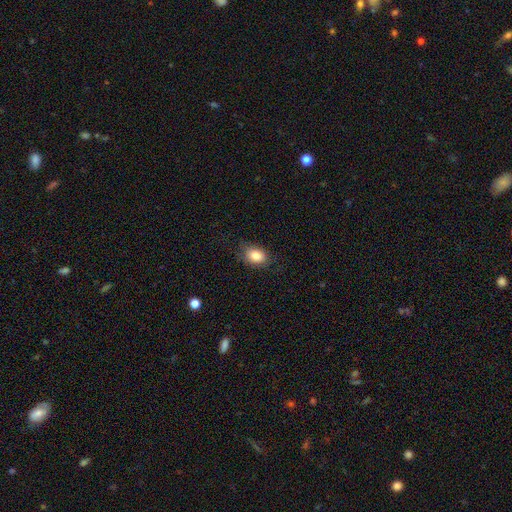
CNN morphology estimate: smooth_or_featured: smooth (p=0.84) [alt: star or artifact p=0.09]
how_rounded: in between (p=0.77) [alt: round p=0.22]
merging: none (p=0.77) [alt: minor disturbance p=0.17]